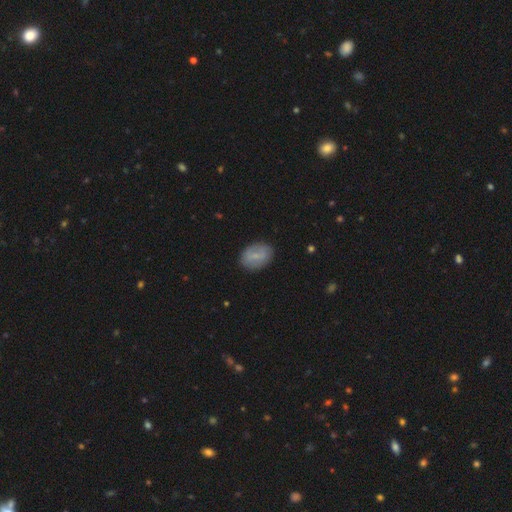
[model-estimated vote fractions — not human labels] A smooth galaxy with no disk features (67%) that is in between round and cigar-shaped (79%).

Vote fractions:
- Smooth or featured? smooth: 67% / featured or disk: 26% / star or artifact: 7%
- How rounded? in between: 79% / round: 19% / cigar-shaped: 2%
- Merging? none: 85% / minor disturbance: 11% / major disturbance: 3% / merger: 1%